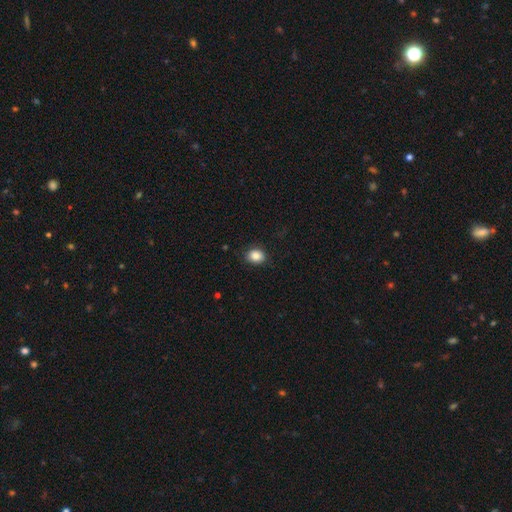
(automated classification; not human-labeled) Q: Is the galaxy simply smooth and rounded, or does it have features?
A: smooth — 87%.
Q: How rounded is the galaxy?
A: round — 51%.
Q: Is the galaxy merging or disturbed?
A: none — 85%.